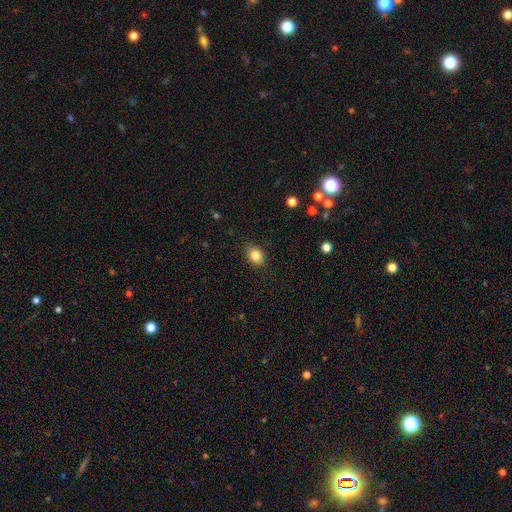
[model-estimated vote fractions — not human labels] Q: Smooth or featured?
A: smooth (84%); runner-up: star or artifact (10%)
Q: How rounded?
A: in between (64%); runner-up: round (35%)
Q: Merging?
A: none (87%); runner-up: minor disturbance (9%)